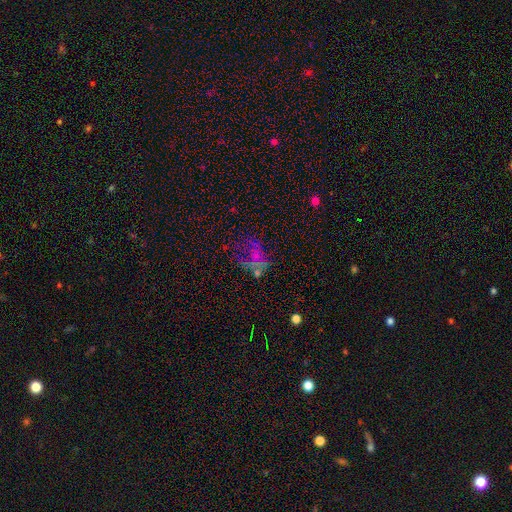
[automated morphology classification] smooth_or_featured: featured or disk (p=0.35) [alt: smooth p=0.33]
merging: major disturbance (p=0.38) [alt: none p=0.35]